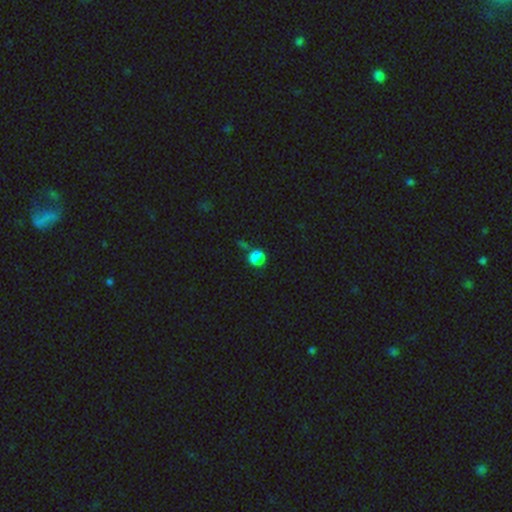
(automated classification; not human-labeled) A smooth galaxy with no disk features (69%) that is round (93%).

Vote fractions:
- Smooth or featured? smooth: 69% / star or artifact: 25% / featured or disk: 5%
- How rounded? round: 93% / in between: 6% / cigar-shaped: 1%
- Merging? none: 82% / merger: 8% / minor disturbance: 7% / major disturbance: 3%